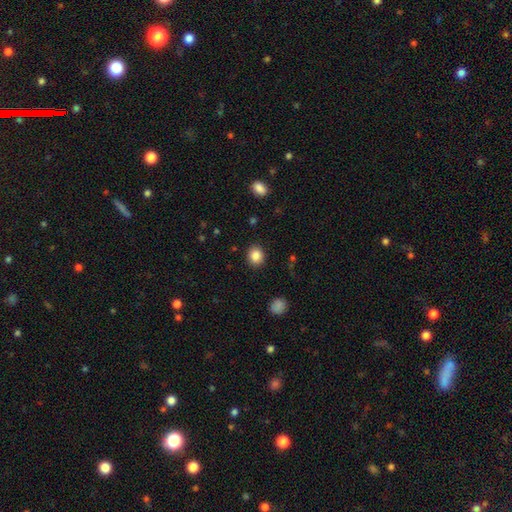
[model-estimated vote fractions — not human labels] This appears to be a smooth galaxy with no disk features (86%) that is round (69%). Merging: none (89%).